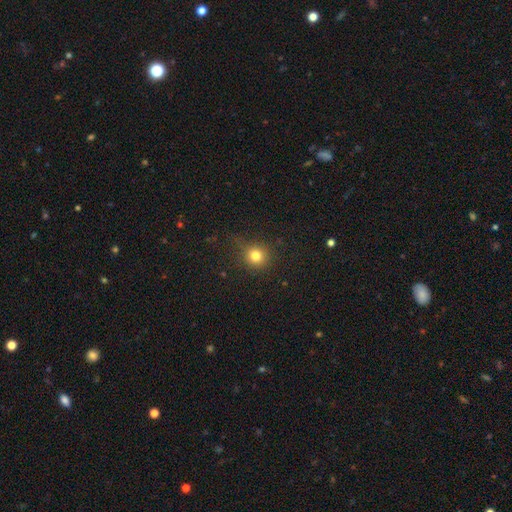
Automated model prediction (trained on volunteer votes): This is likely a smooth galaxy (80%). How rounded: clearly round (89%). Merging: likely none (79%).